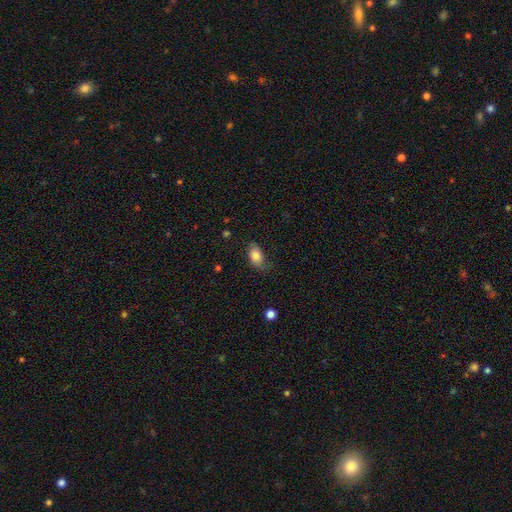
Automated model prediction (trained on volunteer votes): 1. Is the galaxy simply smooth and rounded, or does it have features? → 81% smooth, 11% featured or disk, 8% star or artifact.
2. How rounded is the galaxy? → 88% in between, 10% round, 2% cigar-shaped.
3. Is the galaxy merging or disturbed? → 65% none, 26% minor disturbance, 7% major disturbance, 1% merger.